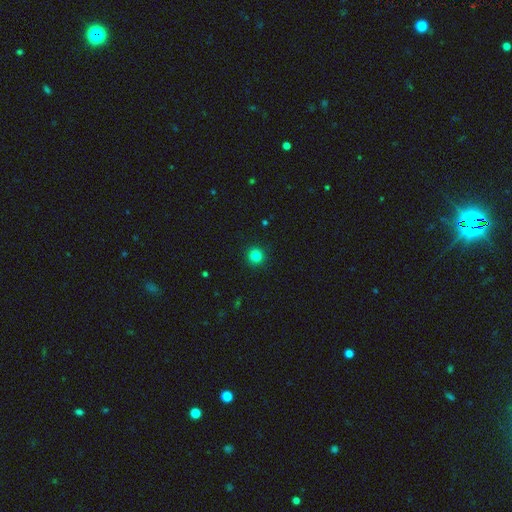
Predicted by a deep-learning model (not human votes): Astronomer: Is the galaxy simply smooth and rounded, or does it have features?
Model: smooth — 83%.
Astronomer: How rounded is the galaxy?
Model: round — 94%.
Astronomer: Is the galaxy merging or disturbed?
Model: none — 93%.